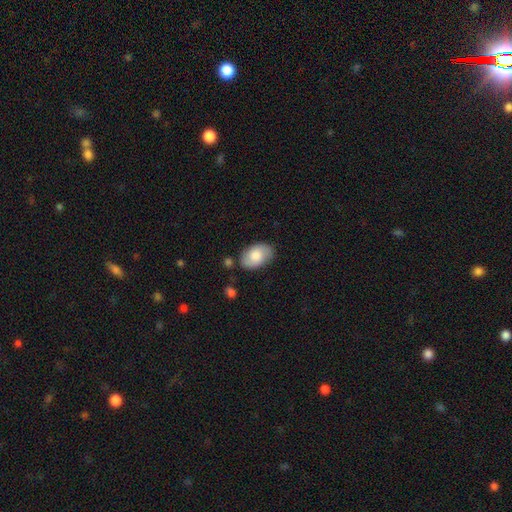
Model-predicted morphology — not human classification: Smooth or featured? Predicted: smooth (p=0.72). How rounded? Predicted: in between (p=0.91). Merging? Predicted: none (p=0.76).